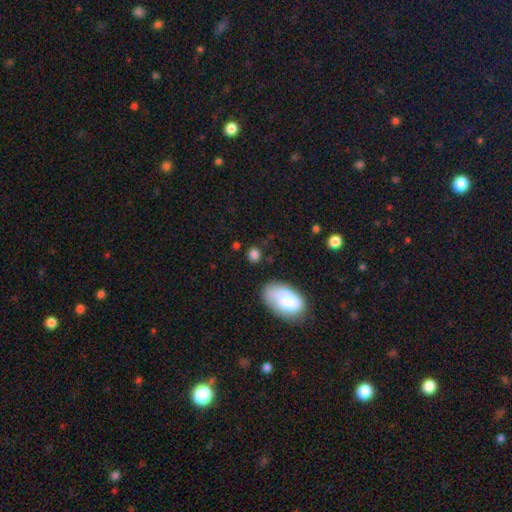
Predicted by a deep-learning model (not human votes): Smooth or featured? Predicted: smooth (p=0.66). How rounded? Predicted: in between (p=0.89). Merging? Predicted: none (p=0.72).